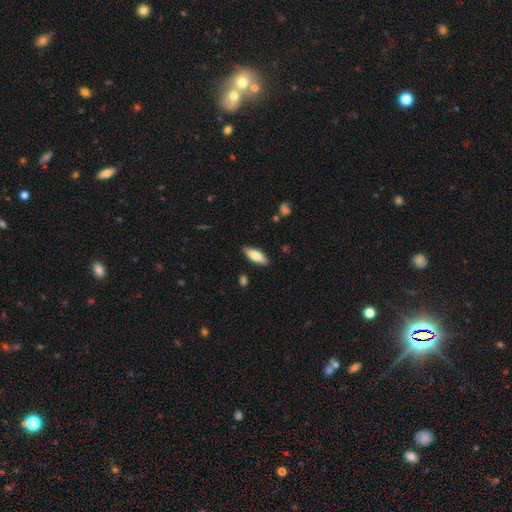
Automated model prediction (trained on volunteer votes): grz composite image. It shows a smooth galaxy with no disk features (81%) that is in between round and cigar-shaped (70%). Merging: none (88%).